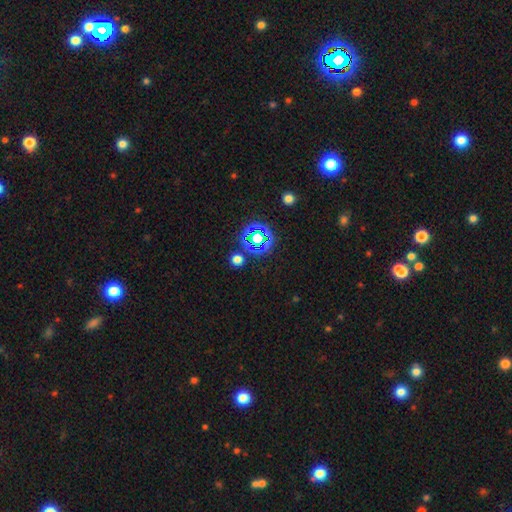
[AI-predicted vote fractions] A star or artifact, not a galaxy (73%).

Vote fractions:
- Smooth or featured? star or artifact: 73% / smooth: 19% / featured or disk: 8%